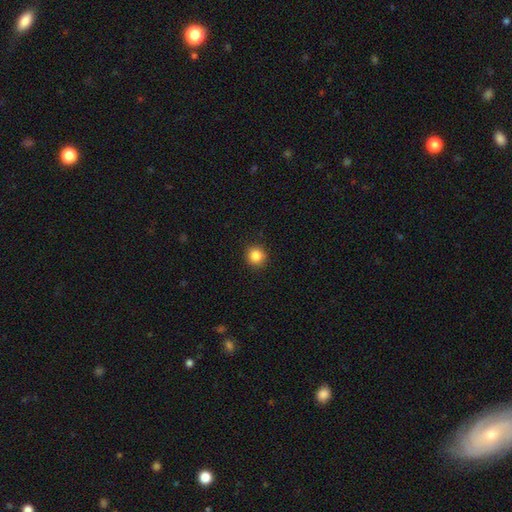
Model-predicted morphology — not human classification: This appears to be a smooth galaxy with no disk features (85%) that is round (94%). Merging: none (91%).